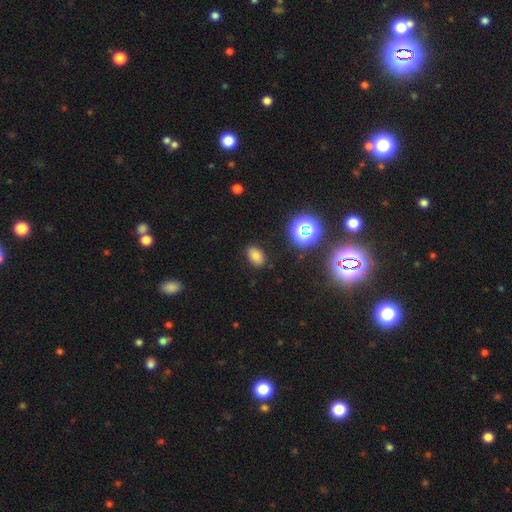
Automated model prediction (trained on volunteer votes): Q: Smooth or featured?
A: smooth (74%); runner-up: star or artifact (18%)
Q: How rounded?
A: in between (84%); runner-up: round (15%)
Q: Merging?
A: none (86%); runner-up: minor disturbance (10%)